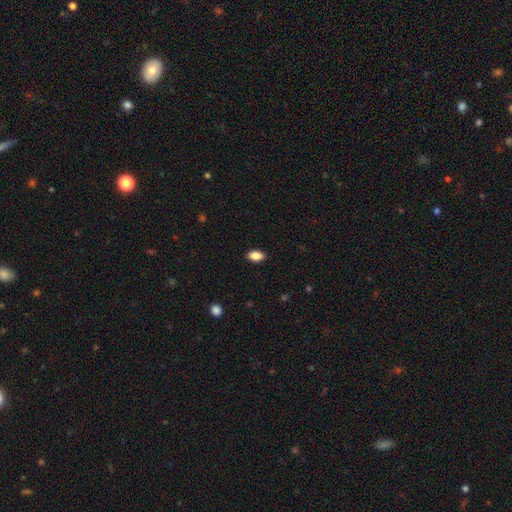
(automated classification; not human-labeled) The model was most divided on "smooth or featured": smooth: 88%, star or artifact: 8%, featured or disk: 4%. More confident: how rounded — in between (91%); merging — none (89%).